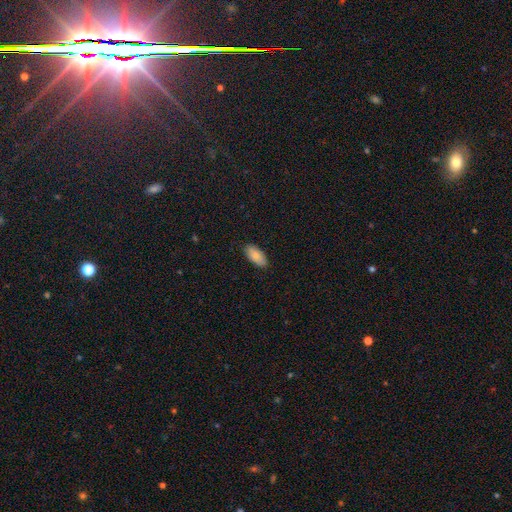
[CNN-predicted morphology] A smooth galaxy with no disk features (85%) that is in between round and cigar-shaped (91%).

Vote fractions:
- Smooth or featured? smooth: 85% / featured or disk: 9% / star or artifact: 6%
- How rounded? in between: 91% / cigar-shaped: 7% / round: 2%
- Merging? none: 88% / minor disturbance: 9% / major disturbance: 2% / merger: 1%